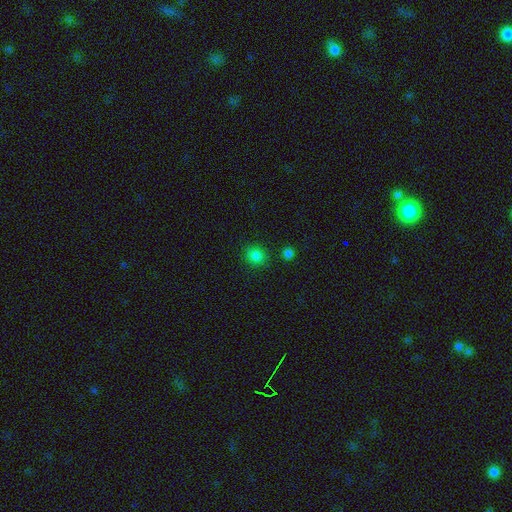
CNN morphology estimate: This appears to be a smooth galaxy with no disk features (82%) that is round (82%). Merging: none (85%).